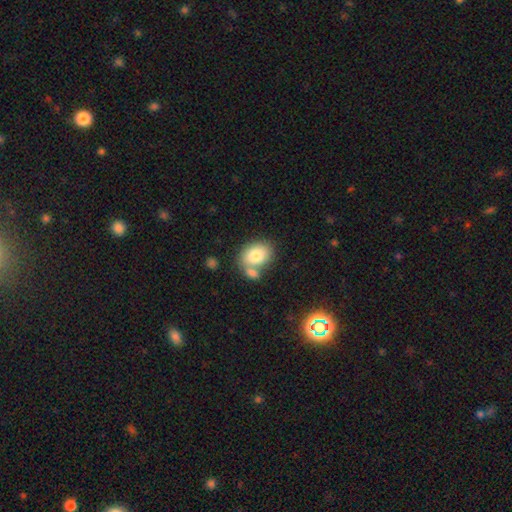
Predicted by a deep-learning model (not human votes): A smooth galaxy with no disk features (80%) that is in between round and cigar-shaped (73%). Merging: none (51%).